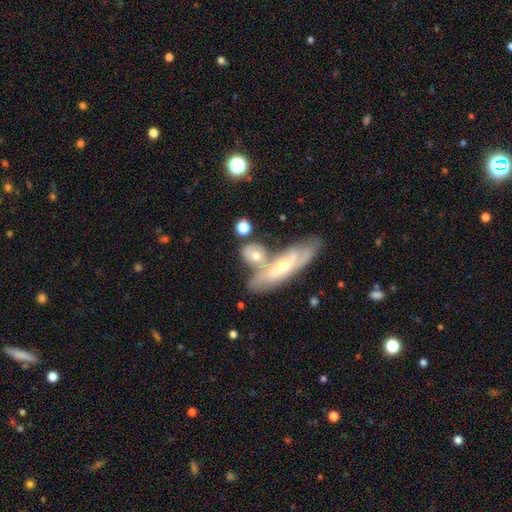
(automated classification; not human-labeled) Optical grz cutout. It shows a smooth galaxy with no disk features (49%). Merging: merger (48%).